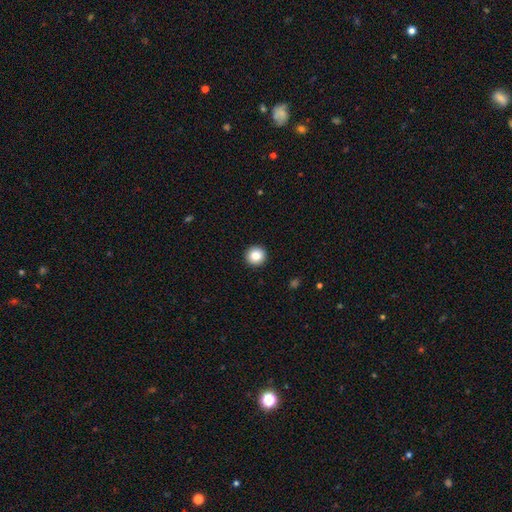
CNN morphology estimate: type=smooth (85%); roundness=round (95%); merging=none (93%).